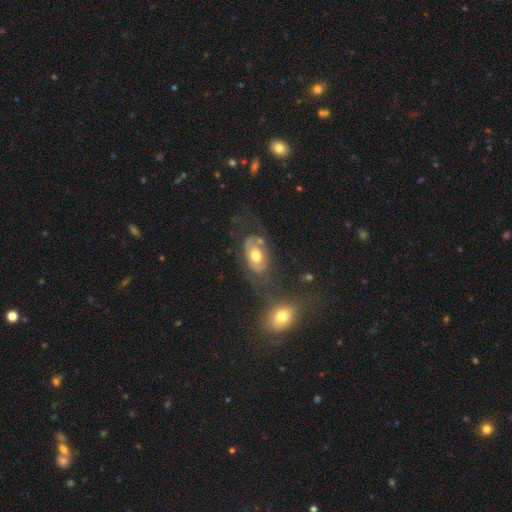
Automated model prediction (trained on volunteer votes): Smooth or featured? featured or disk (56%)
Edge-on disk? no (93%)
Bar? no (85%)
Spiral arms? no (51%)
Bulge size? moderate (72%)
Merging? none (48%)